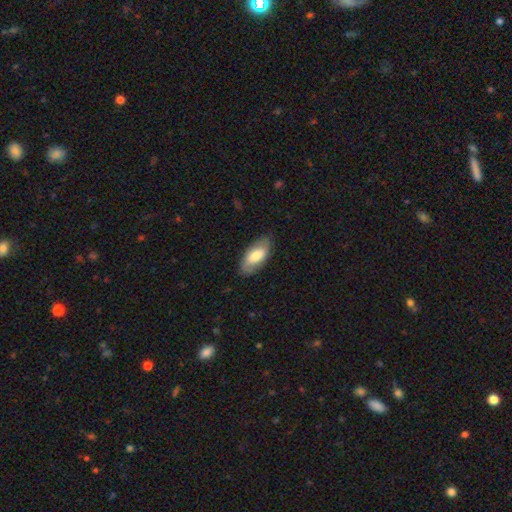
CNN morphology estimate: Smooth or featured?
  - smooth: 67% *
  - featured or disk: 27%
  - star or artifact: 6%
How rounded?
  - in between: 91% *
  - cigar-shaped: 7%
  - round: 2%
Merging?
  - none: 80% *
  - minor disturbance: 15%
  - major disturbance: 4%
  - merger: 1%